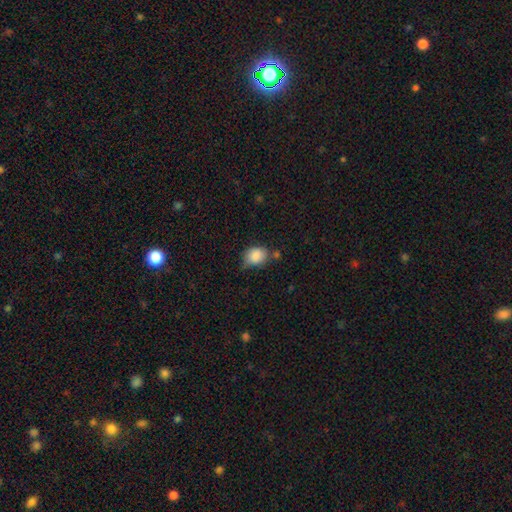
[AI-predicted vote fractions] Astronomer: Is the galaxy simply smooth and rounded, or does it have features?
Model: smooth — 86%.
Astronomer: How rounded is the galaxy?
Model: round — 51% (runner-up: in between, 48%).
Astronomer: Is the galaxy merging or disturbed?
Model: none — 50% (runner-up: minor disturbance, 35%).